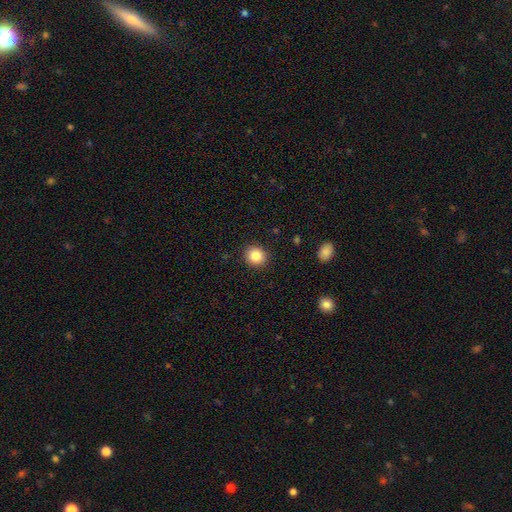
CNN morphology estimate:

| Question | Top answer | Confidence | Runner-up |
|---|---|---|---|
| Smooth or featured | smooth | 85% | star or artifact (9%) |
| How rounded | round | 82% | in between (17%) |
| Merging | none | 91% | minor disturbance (6%) |